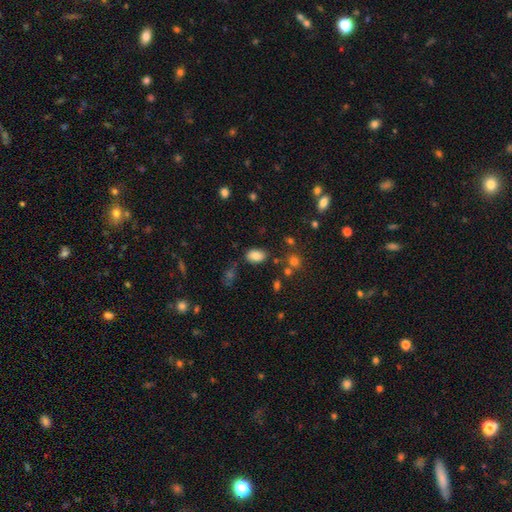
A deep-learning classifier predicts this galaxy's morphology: smooth-or-featured: smooth: 83% | star or artifact: 10% | featured or disk: 7%
  how-rounded: in between: 89% | round: 10% | cigar-shaped: 1%
  merging: none: 79% | minor disturbance: 13% | merger: 4% | major disturbance: 4%